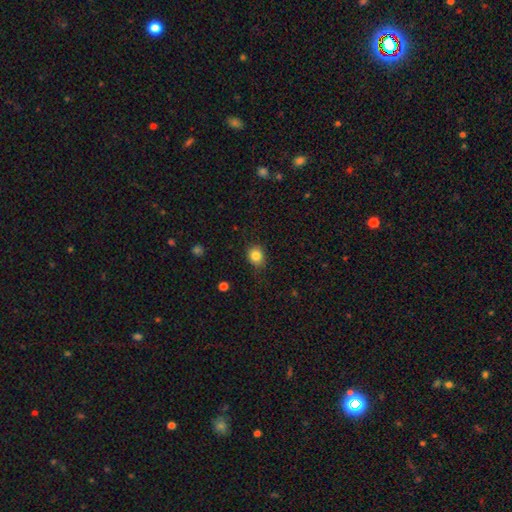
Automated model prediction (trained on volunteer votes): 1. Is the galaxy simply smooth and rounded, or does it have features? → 84% smooth, 10% star or artifact, 5% featured or disk.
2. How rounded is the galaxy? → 68% round, 31% in between, 1% cigar-shaped.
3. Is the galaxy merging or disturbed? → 83% none, 13% minor disturbance, 3% major disturbance, 1% merger.